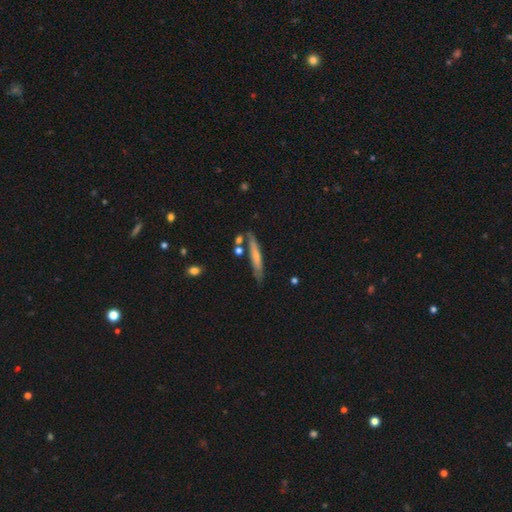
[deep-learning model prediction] Smooth or featured: smooth — 56% (featured or disk — 38%)
How rounded: cigar-shaped — 91% (in between — 8%)
Merging: none — 75% (minor disturbance — 15%)